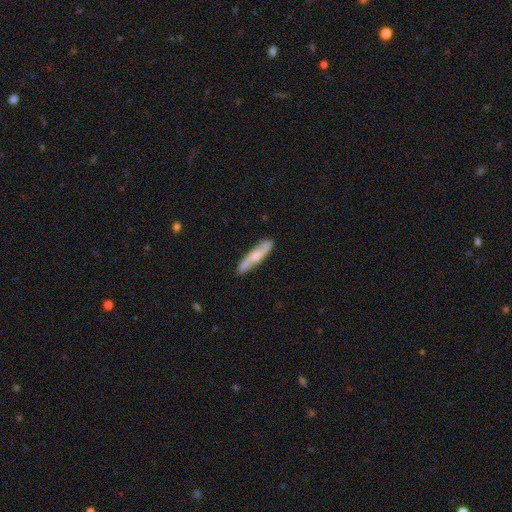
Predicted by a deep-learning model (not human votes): Smooth or featured: featured or disk — 50% (smooth — 44%)
Edge-on disk: yes — 51% (no — 49%)
Merging: none — 85% (minor disturbance — 11%)